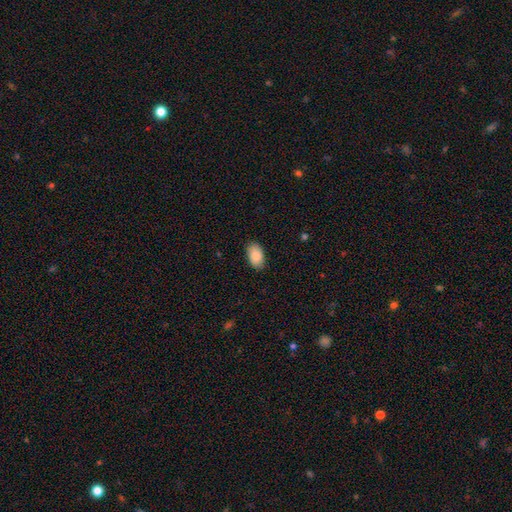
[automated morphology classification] The model was most divided on "merging": none: 87%, minor disturbance: 10%, major disturbance: 2%, merger: 1%. More confident: how rounded — in between (94%); smooth or featured — smooth (89%).